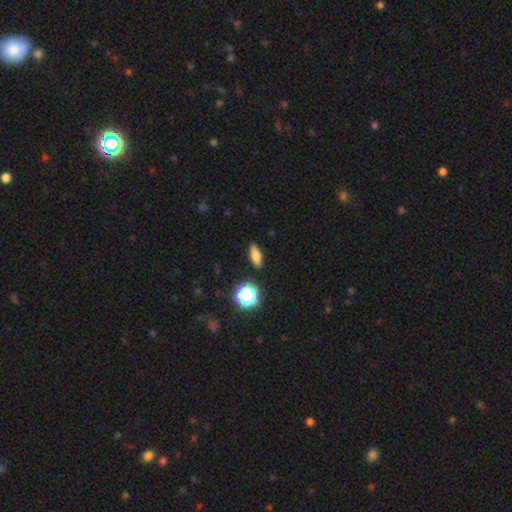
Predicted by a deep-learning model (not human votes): smooth-or-featured: smooth: 78% | star or artifact: 14% | featured or disk: 8%
  how-rounded: in between: 68% | cigar-shaped: 22% | round: 10%
  merging: none: 89% | minor disturbance: 8% | major disturbance: 2% | merger: 2%